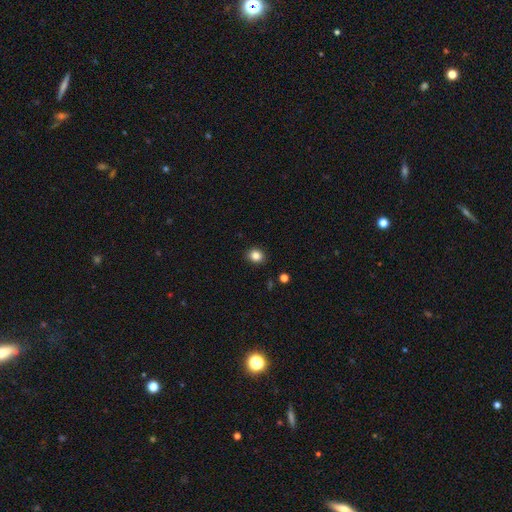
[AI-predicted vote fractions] Smooth or featured? smooth (84%)
How rounded? round (69%)
Merging? none (90%)